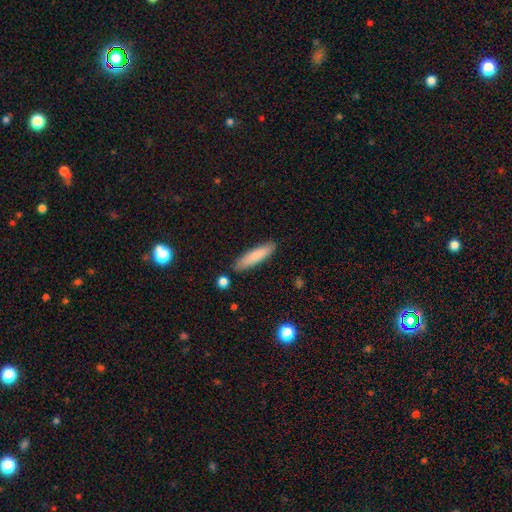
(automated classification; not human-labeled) smooth_or_featured: smooth (p=0.81) [alt: featured or disk p=0.12]
how_rounded: cigar-shaped (p=0.75) [alt: in between p=0.24]
merging: none (p=0.87) [alt: minor disturbance p=0.09]